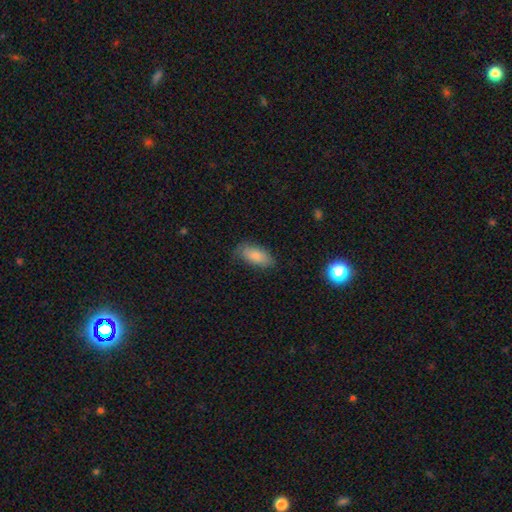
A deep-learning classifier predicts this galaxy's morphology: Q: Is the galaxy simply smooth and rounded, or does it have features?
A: smooth — 83%.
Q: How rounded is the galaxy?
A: in between — 89%.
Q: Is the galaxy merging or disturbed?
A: none — 77%.